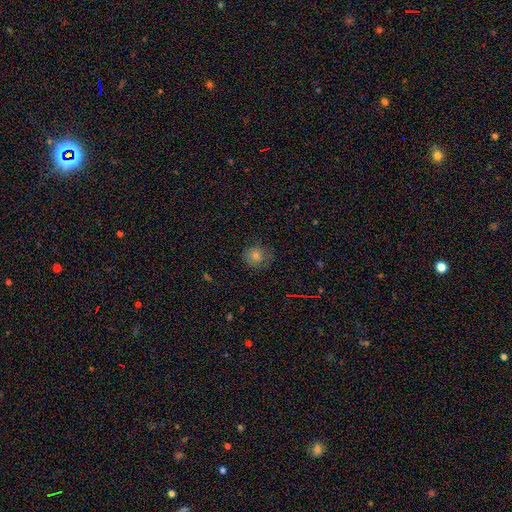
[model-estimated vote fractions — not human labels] Q: Smooth or featured?
A: smooth (63%); runner-up: featured or disk (19%)
Q: How rounded?
A: round (86%); runner-up: in between (13%)
Q: Merging?
A: none (76%); runner-up: minor disturbance (17%)